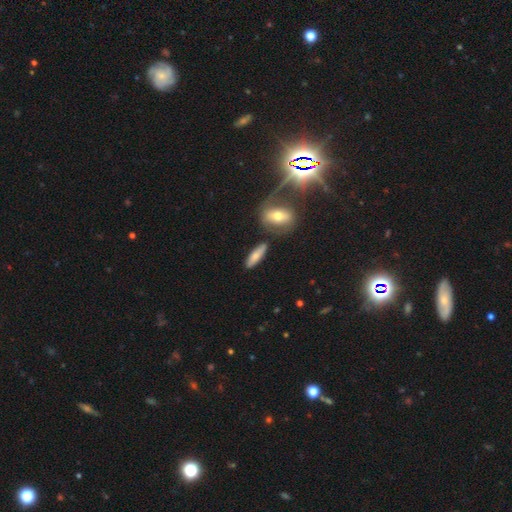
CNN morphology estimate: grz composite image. It shows a smooth galaxy with no disk features (73%) that is cigar-shaped (59%). Merging: none (78%).